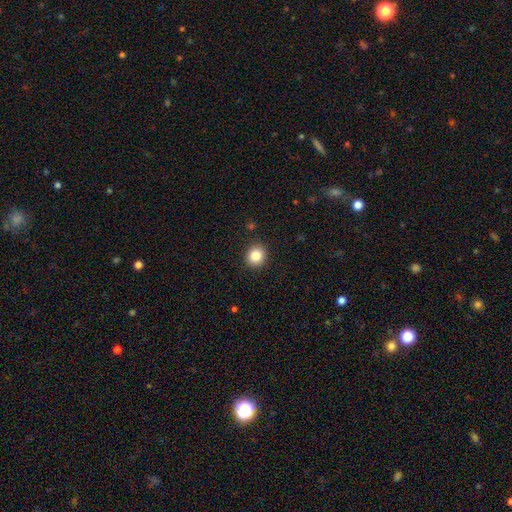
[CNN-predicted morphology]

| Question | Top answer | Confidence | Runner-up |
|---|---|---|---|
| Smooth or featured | smooth | 85% | star or artifact (10%) |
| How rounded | round | 82% | in between (17%) |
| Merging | none | 90% | minor disturbance (7%) |